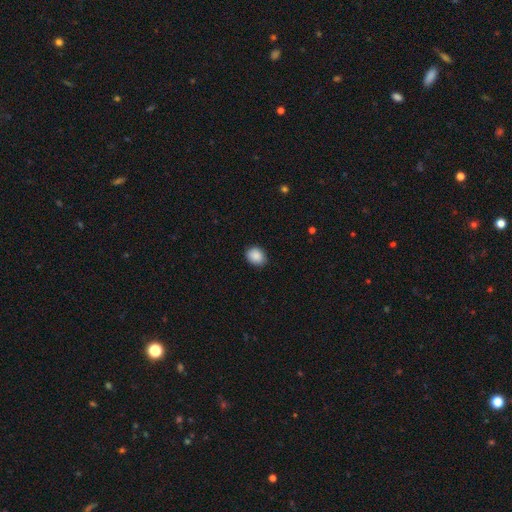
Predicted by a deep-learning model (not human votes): smooth-or-featured: smooth: 89% | star or artifact: 8% | featured or disk: 3%
  how-rounded: round: 56% | in between: 43% | cigar-shaped: 1%
  merging: none: 86% | minor disturbance: 11% | major disturbance: 2% | merger: 1%